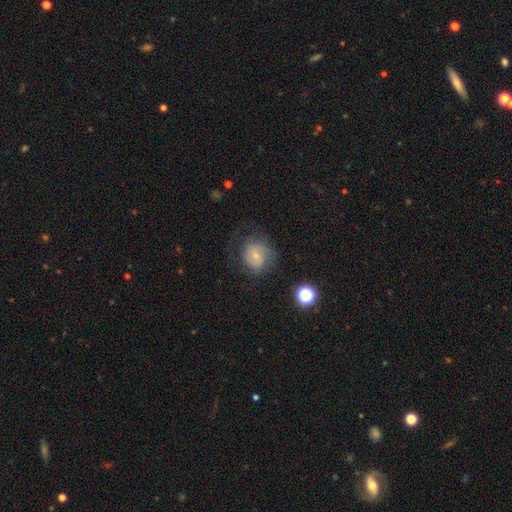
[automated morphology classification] This appears to be a smooth galaxy with no disk features (45%). Merging: none (57%).